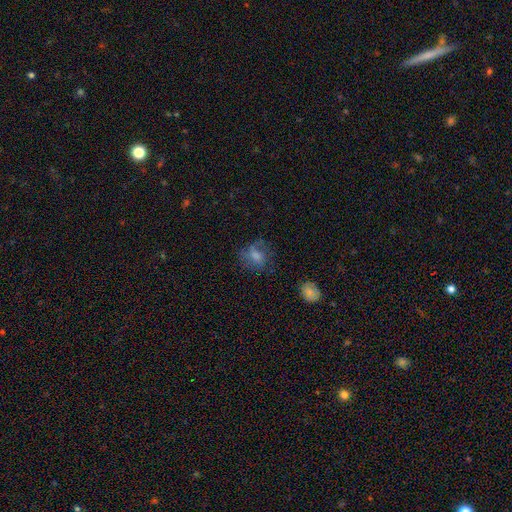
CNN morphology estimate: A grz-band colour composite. It shows a smooth galaxy with no disk features (61%) that is in between round and cigar-shaped (51%). Merging: none (54%).